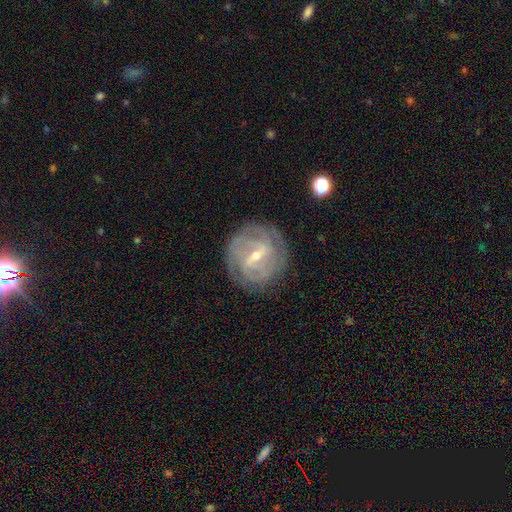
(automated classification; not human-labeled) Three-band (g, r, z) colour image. It shows a featured or disk galaxy (83%) with a weak bar (44%), tight (63%) spiral arms (89%) and a small central bulge (64%). Merging: none (81%).